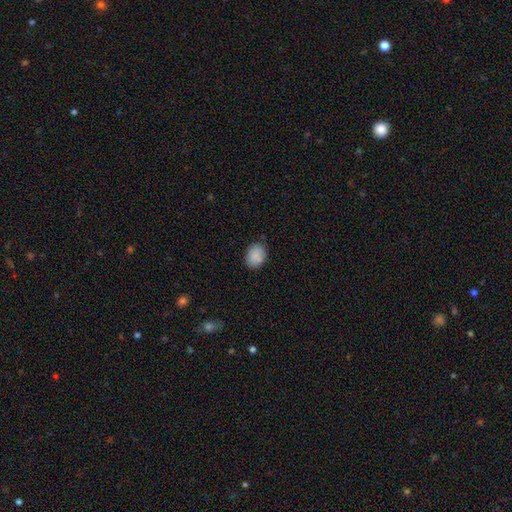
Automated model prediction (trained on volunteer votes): A smooth galaxy with no disk features (88%) that is in between round and cigar-shaped (64%).

Vote fractions:
- Smooth or featured? smooth: 88% / star or artifact: 8% / featured or disk: 4%
- How rounded? in between: 64% / round: 35% / cigar-shaped: 1%
- Merging? none: 81% / minor disturbance: 15% / major disturbance: 3% / merger: 2%